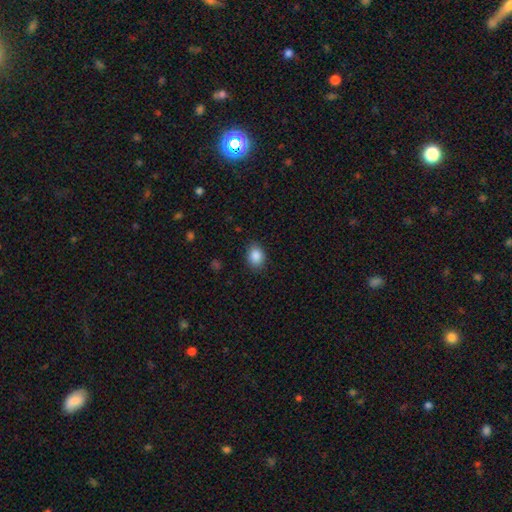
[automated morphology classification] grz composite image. It shows a smooth galaxy with no disk features (88%) that is in between round and cigar-shaped (68%). Merging: none (85%).